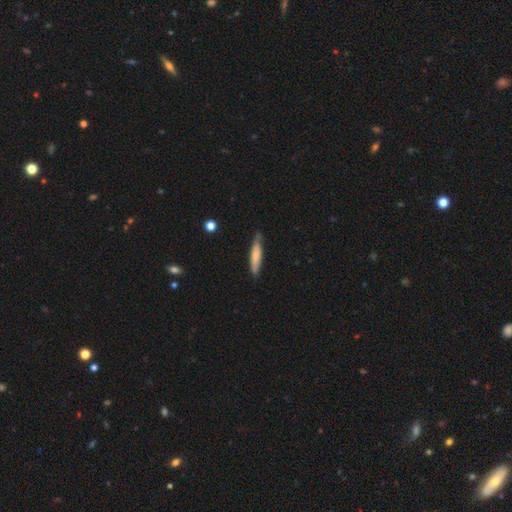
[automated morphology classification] Smooth or featured? smooth (64%)
How rounded? cigar-shaped (82%)
Merging? none (72%)